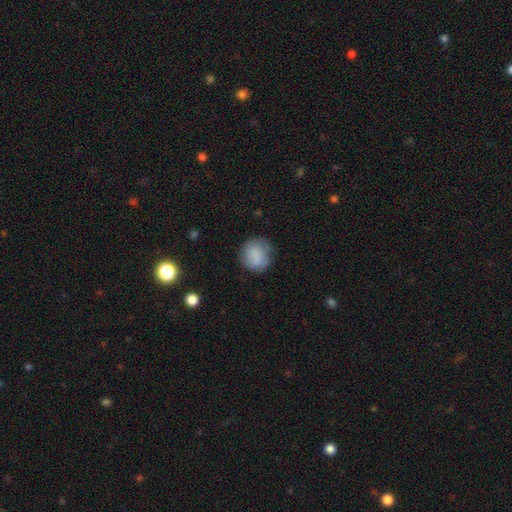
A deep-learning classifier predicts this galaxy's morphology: A smooth galaxy with no disk features (83%) that is round (85%).

Vote fractions:
- Smooth or featured? smooth: 83% / featured or disk: 10% / star or artifact: 7%
- How rounded? round: 85% / in between: 14% / cigar-shaped: 1%
- Merging? none: 75% / minor disturbance: 18% / major disturbance: 5% / merger: 1%